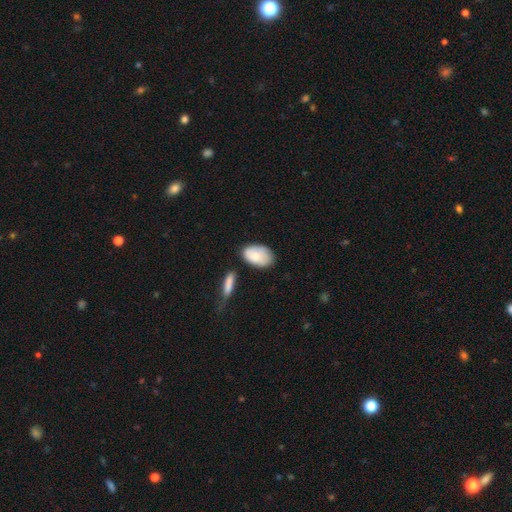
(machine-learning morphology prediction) smooth 77%, featured or disk 17%, star or artifact 6%. Down the decision tree: how rounded — in between (92%); merging — none (58%).